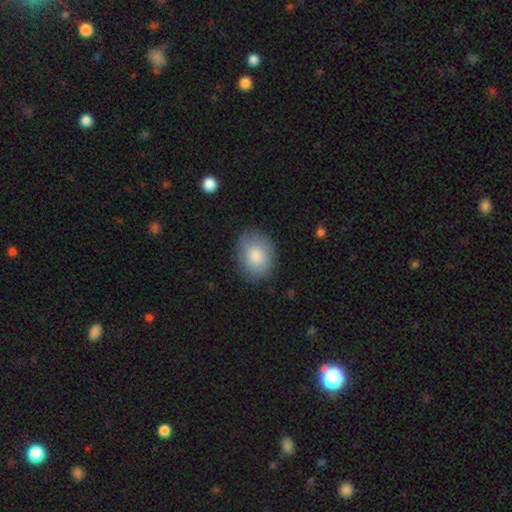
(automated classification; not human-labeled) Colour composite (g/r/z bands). It shows a smooth galaxy with no disk features (83%) that is in between round and cigar-shaped (58%). Merging: none (82%).